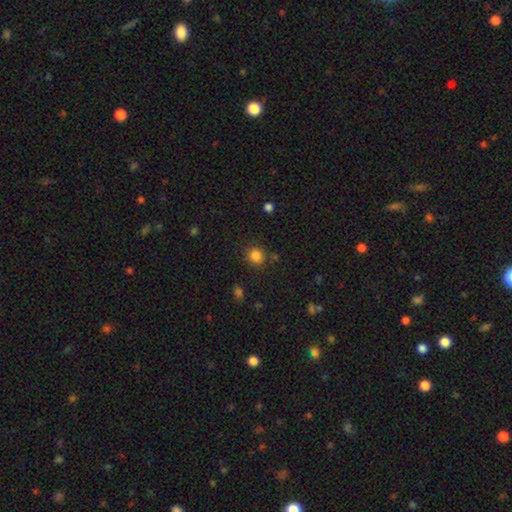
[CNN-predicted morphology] Smooth or featured? Predicted: smooth (p=0.83). How rounded? Predicted: round (p=0.89). Merging? Predicted: none (p=0.82).